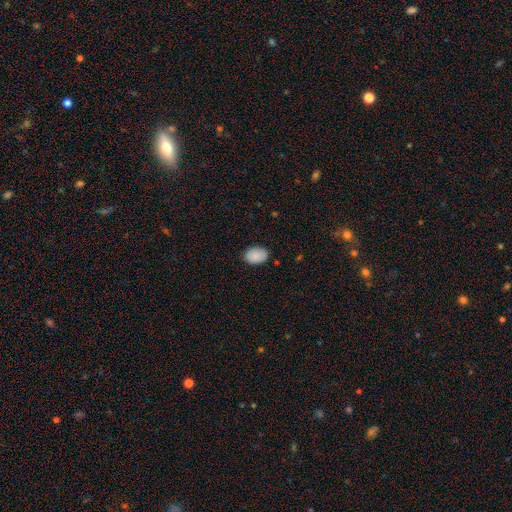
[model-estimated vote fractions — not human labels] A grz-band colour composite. It shows a smooth galaxy with no disk features (88%) that is in between round and cigar-shaped (83%). Merging: none (86%).